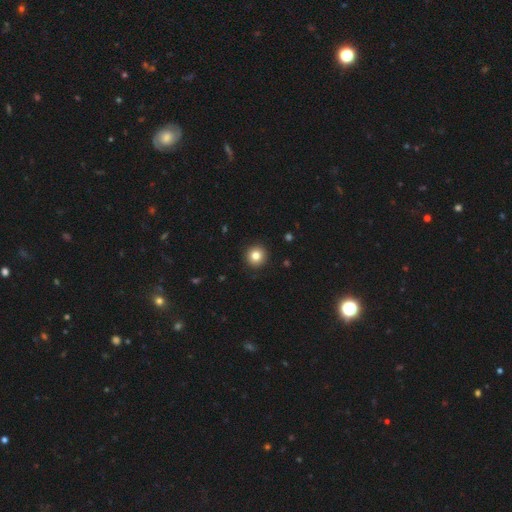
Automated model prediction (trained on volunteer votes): Smooth or featured? smooth (82%)
How rounded? round (94%)
Merging? none (93%)